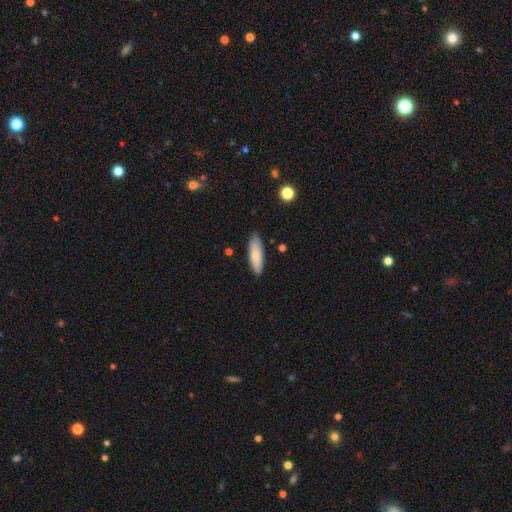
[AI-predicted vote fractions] smooth-or-featured: smooth: 80% | featured or disk: 14% | star or artifact: 6%
  how-rounded: in between: 51% | cigar-shaped: 47% | round: 2%
  merging: none: 83% | minor disturbance: 13% | major disturbance: 2% | merger: 1%